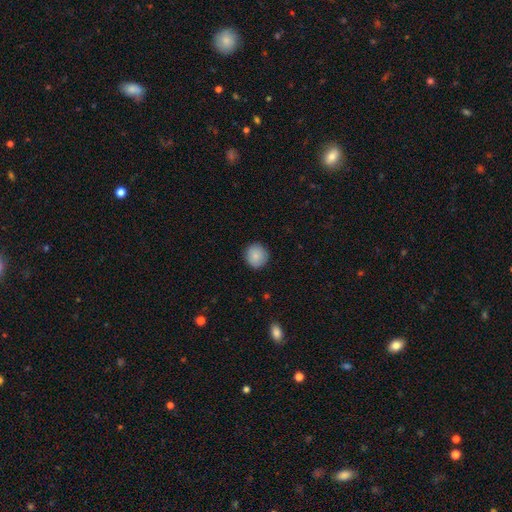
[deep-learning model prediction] This appears to be a smooth galaxy with no disk features (86%) that is round (88%). Merging: none (88%).